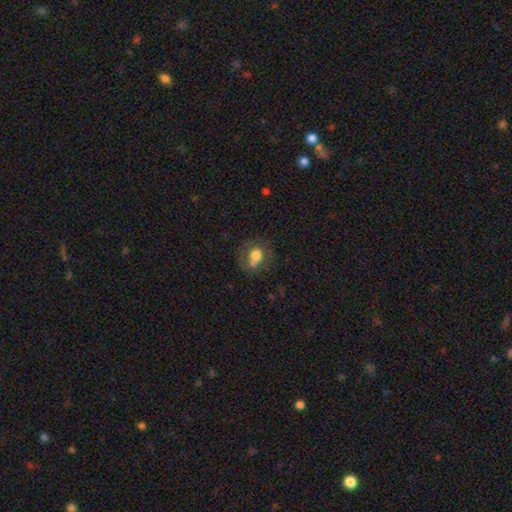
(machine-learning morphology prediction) Smooth or featured: smooth — 64% (featured or disk — 25%)
How rounded: round — 62% (in between — 37%)
Merging: none — 51% (minor disturbance — 20%)